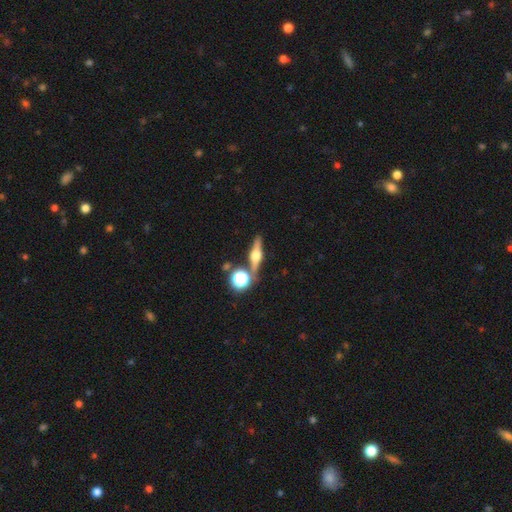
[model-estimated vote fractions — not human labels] A featured or disk galaxy (72%) viewed edge-on (96%) with a rounded central bulge (95%).

Vote fractions:
- Smooth or featured? featured or disk: 72% / smooth: 19% / star or artifact: 9%
- Edge-on disk? yes: 96% / no: 4%
- Edge-on bulge? rounded: 95% / boxy: 4% / none: 1%
- Merging? none: 80% / minor disturbance: 9% / merger: 9% / major disturbance: 3%